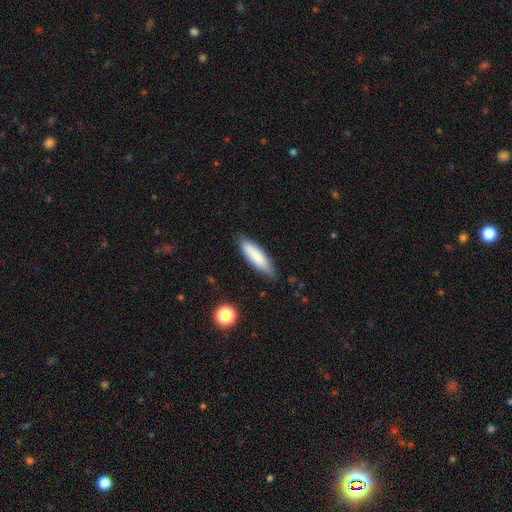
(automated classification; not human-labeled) smooth 82%, featured or disk 11%, star or artifact 6%. Down the decision tree: how rounded — cigar-shaped (66%); merging — none (81%).